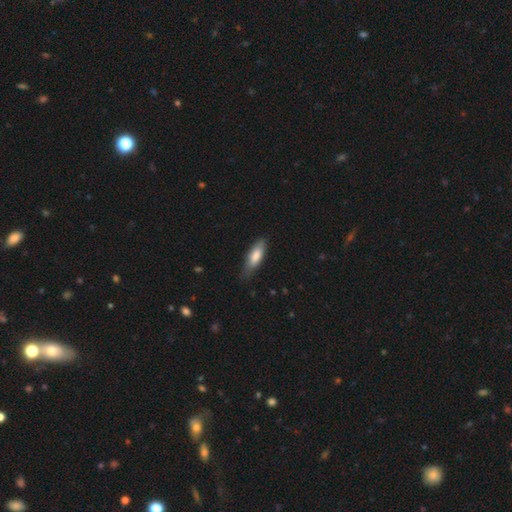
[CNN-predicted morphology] This is likely a smooth galaxy (78%). How rounded: possibly in between (57%). Merging: likely none (67%).